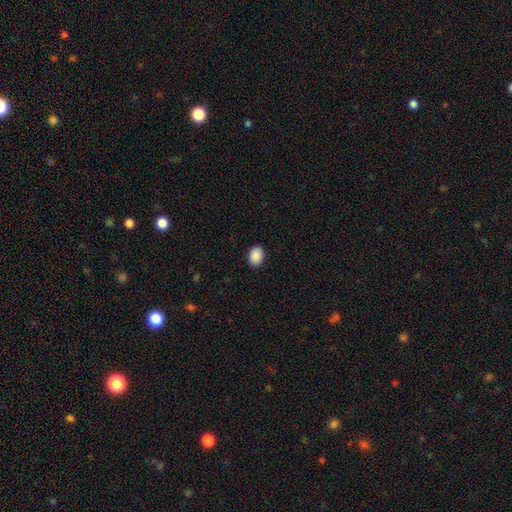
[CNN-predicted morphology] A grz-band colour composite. It shows a smooth galaxy with no disk features (90%) that is in between round and cigar-shaped (73%). Merging: none (90%).